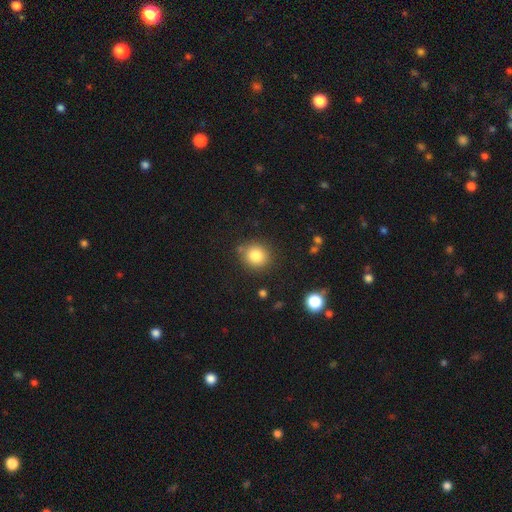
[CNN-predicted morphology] Overall: smooth (82%). How rounded: round (86%). Merging: none (82%).